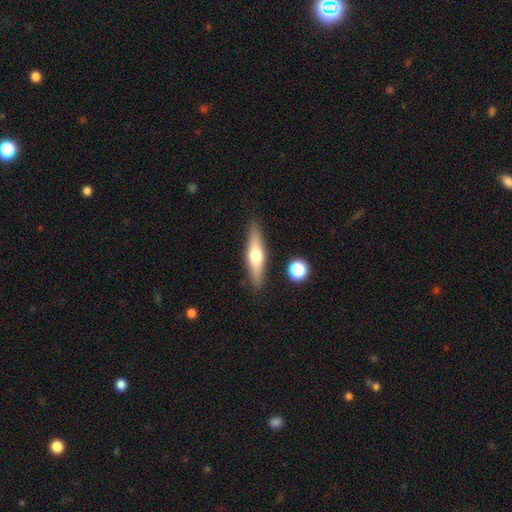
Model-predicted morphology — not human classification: This appears to be a featured or disk galaxy (48%). Merging: none (87%).